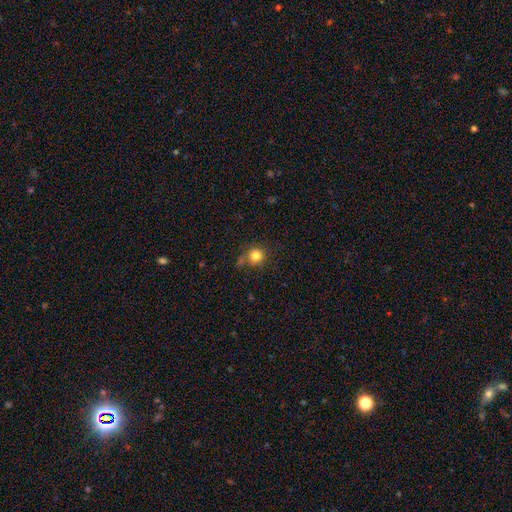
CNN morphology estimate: A smooth galaxy with no disk features (81%) that is round (91%). Merging: none (72%).